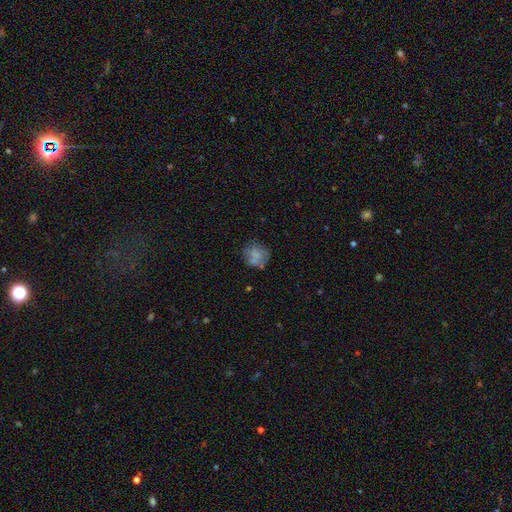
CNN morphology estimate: Q: Smooth or featured?
A: smooth (57%); runner-up: featured or disk (32%)
Q: How rounded?
A: round (79%); runner-up: in between (20%)
Q: Merging?
A: none (61%); runner-up: minor disturbance (21%)